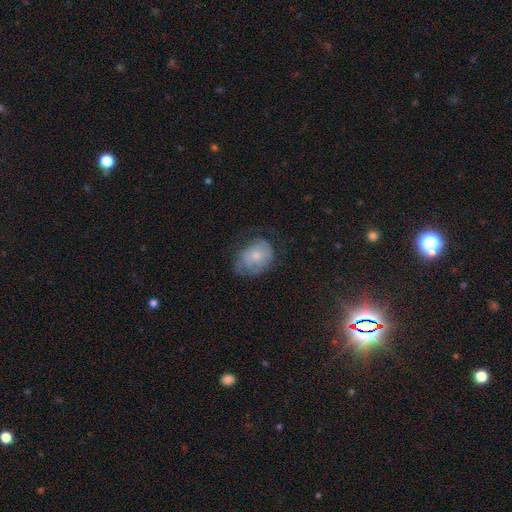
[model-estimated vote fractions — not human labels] Overall: smooth (55%; featured or disk 37%). How rounded: in between (55%; round 44%). Merging: none (46%; minor disturbance 31%).